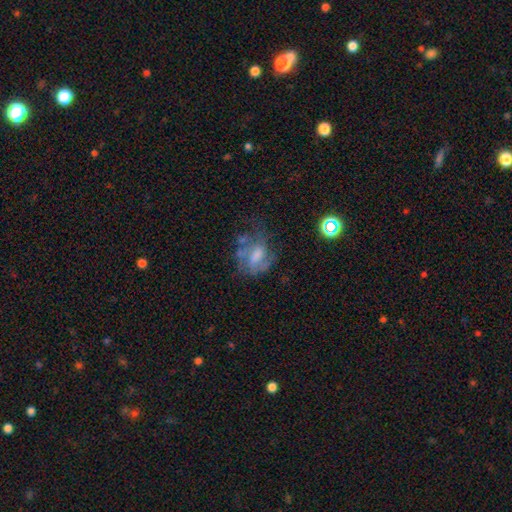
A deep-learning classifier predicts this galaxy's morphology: type=featured or disk (57%); edge-on=no (96%); bar=weak (43%); spiral arms=yes (60%); bulge=moderate (35%); merging=none (38%).